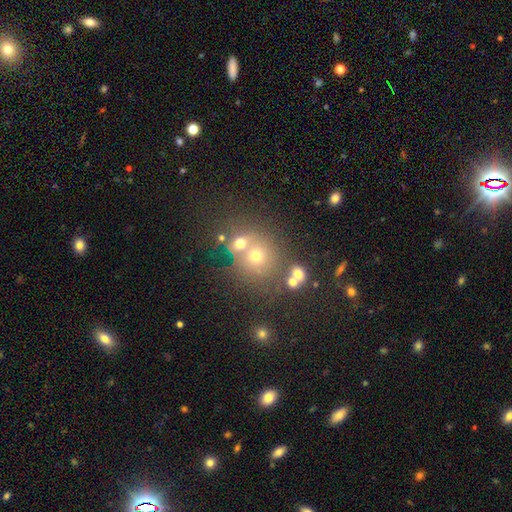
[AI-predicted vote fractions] Q: Smooth or featured?
A: smooth (61%); runner-up: star or artifact (22%)
Q: How rounded?
A: round (81%); runner-up: in between (18%)
Q: Merging?
A: none (51%); runner-up: merger (35%)